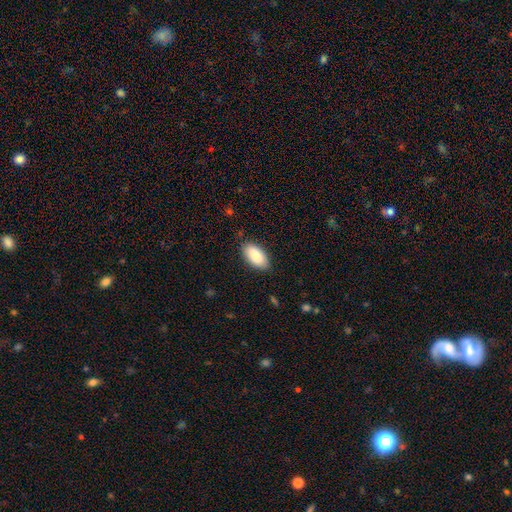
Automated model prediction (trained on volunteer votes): Q: Smooth or featured?
A: smooth (87%); runner-up: featured or disk (7%)
Q: How rounded?
A: in between (94%); runner-up: cigar-shaped (4%)
Q: Merging?
A: none (84%); runner-up: minor disturbance (13%)